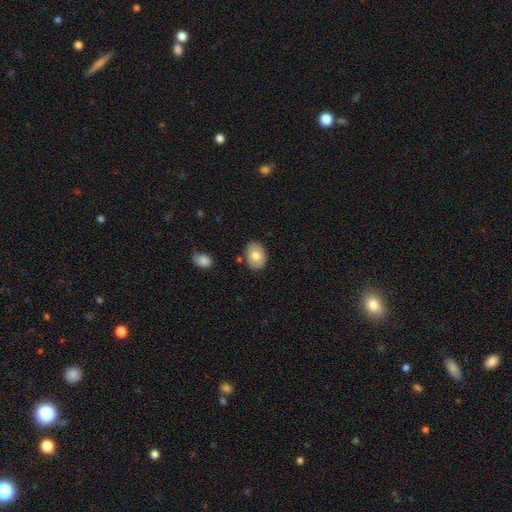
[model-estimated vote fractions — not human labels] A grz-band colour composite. It shows a smooth galaxy with no disk features (74%) that is in between round and cigar-shaped (72%). Merging: none (83%).